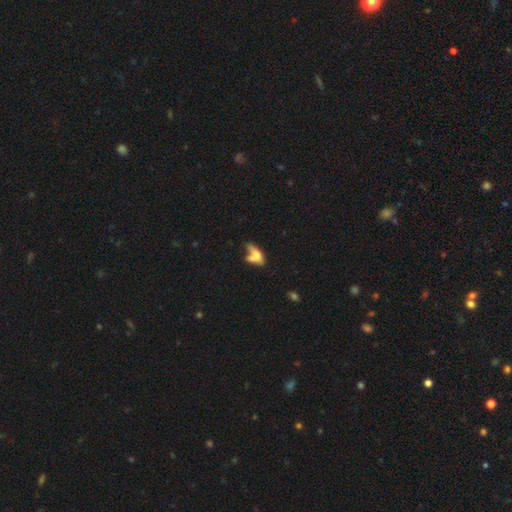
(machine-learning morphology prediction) type=smooth (58%); roundness=in between (71%); merging=merger (35%).